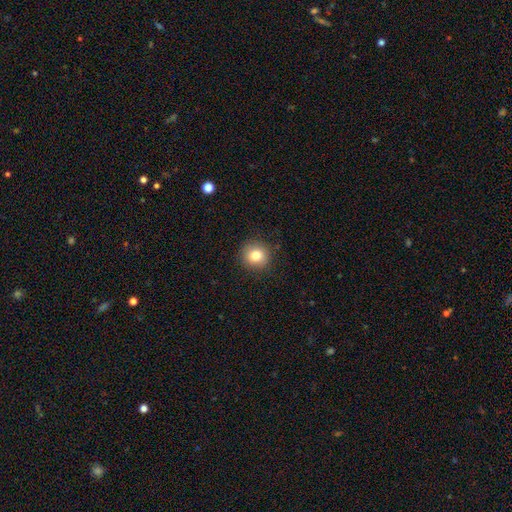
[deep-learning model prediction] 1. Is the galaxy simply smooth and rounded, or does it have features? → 81% smooth, 11% star or artifact, 8% featured or disk.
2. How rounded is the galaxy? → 92% round, 7% in between, 1% cigar-shaped.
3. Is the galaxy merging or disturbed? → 89% none, 7% minor disturbance, 2% major disturbance, 1% merger.